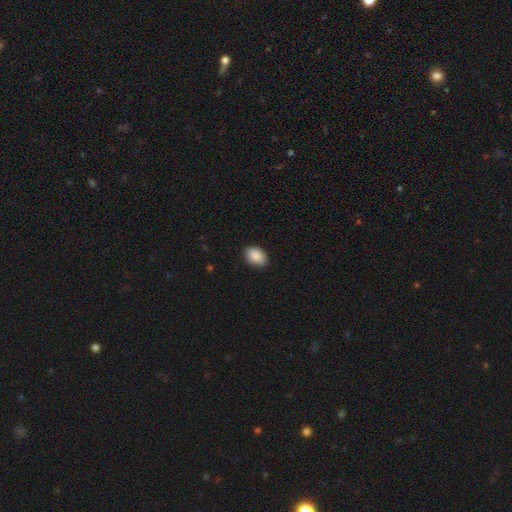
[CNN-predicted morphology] Smooth or featured: smooth — 90% (star or artifact — 7%)
How rounded: in between — 84% (round — 14%)
Merging: none — 87% (minor disturbance — 10%)